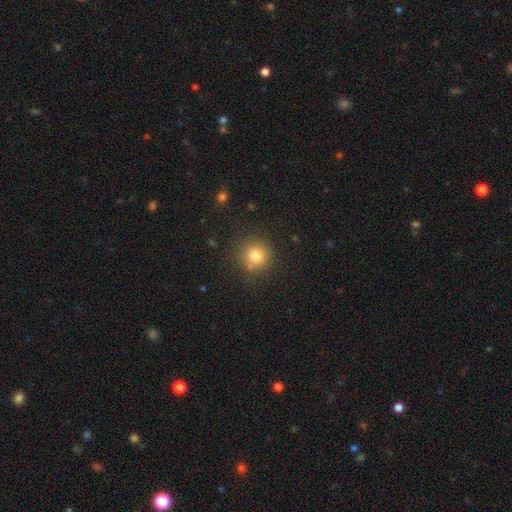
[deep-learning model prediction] Smooth or featured: smooth — 79% (star or artifact — 13%)
How rounded: round — 92% (in between — 7%)
Merging: none — 82% (minor disturbance — 10%)